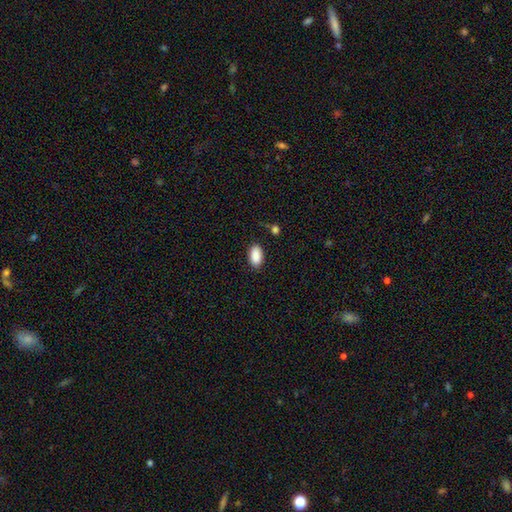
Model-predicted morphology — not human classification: type=smooth (90%); roundness=in between (93%); merging=none (85%).